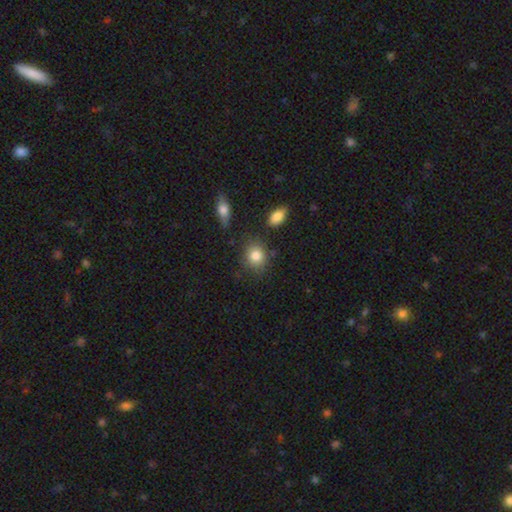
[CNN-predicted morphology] type=smooth (83%); roundness=round (65%); merging=none (75%).